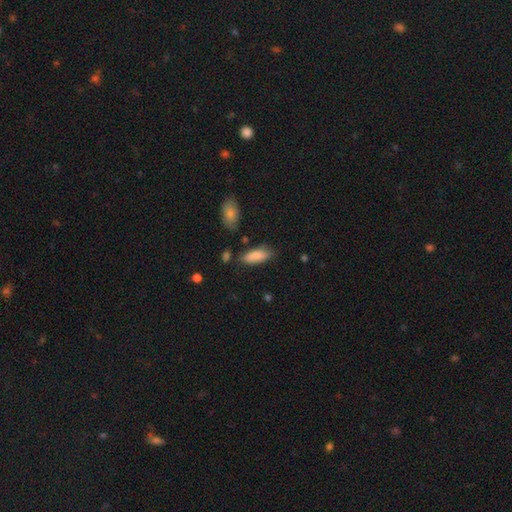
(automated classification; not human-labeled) Morphology: type=smooth (86%); roundness=in between (77%); merging=none (71%).